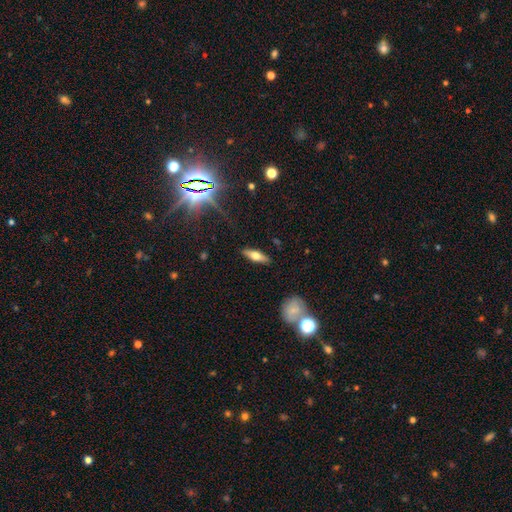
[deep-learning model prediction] Overall: smooth (52%; featured or disk 40%). How rounded: cigar-shaped (50%; in between 47%). Merging: none (88%).